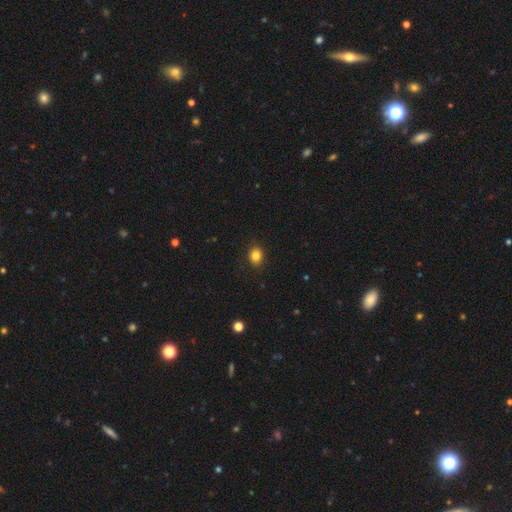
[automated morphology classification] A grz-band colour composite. It shows a smooth galaxy with no disk features (84%) that is round (59%). Merging: none (89%).